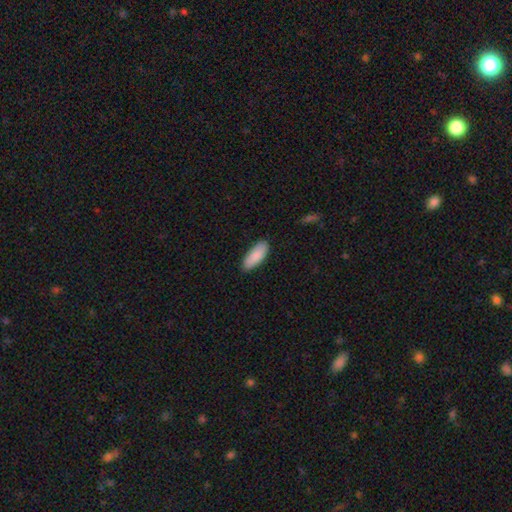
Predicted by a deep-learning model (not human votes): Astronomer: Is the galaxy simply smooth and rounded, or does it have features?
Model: smooth — 89%.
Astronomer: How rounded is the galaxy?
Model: in between — 80%.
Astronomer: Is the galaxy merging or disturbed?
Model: none — 86%.